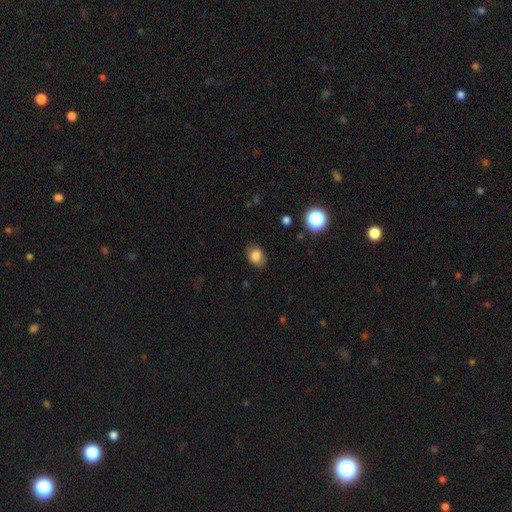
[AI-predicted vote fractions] smooth-or-featured: smooth: 81% | star or artifact: 10% | featured or disk: 9%
  how-rounded: in between: 71% | round: 28% | cigar-shaped: 1%
  merging: none: 82% | minor disturbance: 13% | major disturbance: 3% | merger: 1%